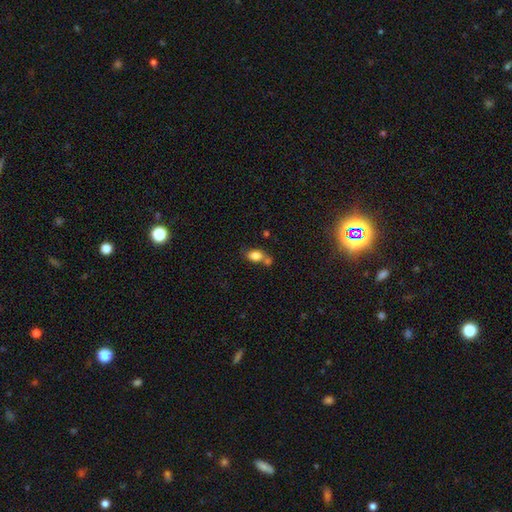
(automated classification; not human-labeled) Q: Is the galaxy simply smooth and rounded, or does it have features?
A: smooth — 82%.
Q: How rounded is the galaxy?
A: in between — 77%.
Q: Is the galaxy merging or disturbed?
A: none — 43%.